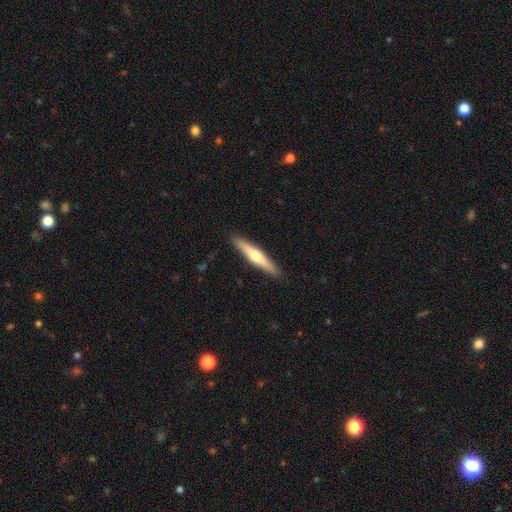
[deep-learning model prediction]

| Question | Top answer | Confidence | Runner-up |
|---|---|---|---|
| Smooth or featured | featured or disk | 57% | smooth (38%) |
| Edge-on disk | yes | 96% | no (4%) |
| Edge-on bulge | rounded | 90% | none (6%) |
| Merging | none | 91% | minor disturbance (7%) |